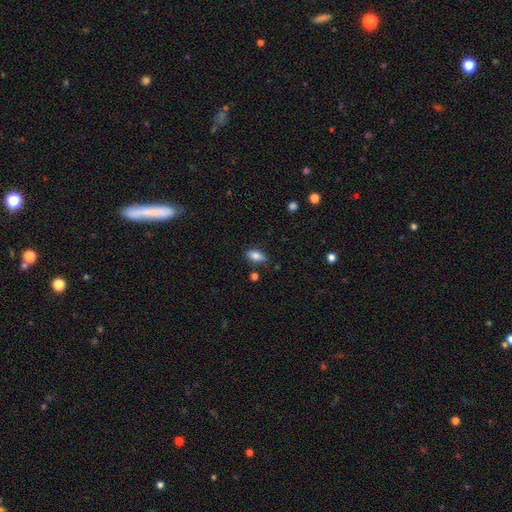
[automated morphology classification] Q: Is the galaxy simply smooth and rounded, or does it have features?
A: smooth — 80%.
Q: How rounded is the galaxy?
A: in between — 88%.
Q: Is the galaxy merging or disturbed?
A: none — 81%.